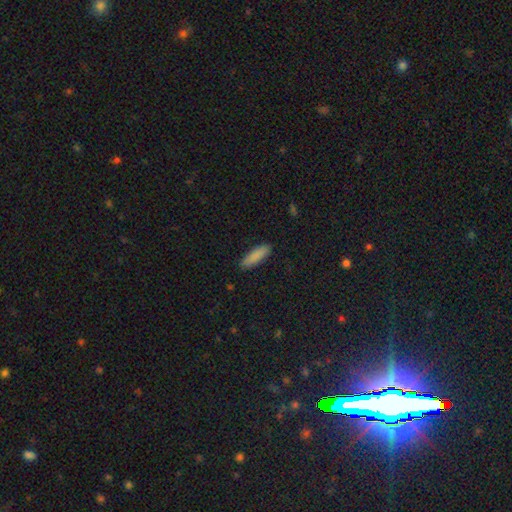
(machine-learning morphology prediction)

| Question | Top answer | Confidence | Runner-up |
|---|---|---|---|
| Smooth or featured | smooth | 87% | featured or disk (7%) |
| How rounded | cigar-shaped | 54% | in between (44%) |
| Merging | none | 88% | minor disturbance (9%) |